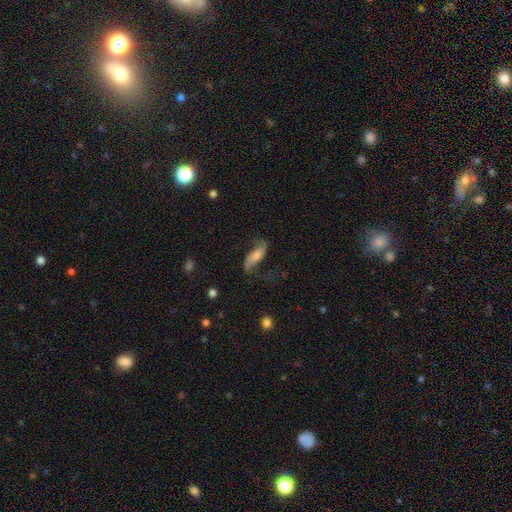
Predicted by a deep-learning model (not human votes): featured or disk 59%, smooth 33%, star or artifact 9%. Down the decision tree: edge-on disk — no (87%); bar — no (46%); spiral arms — yes (90%); bulge size — none (38%); merging — none (61%).